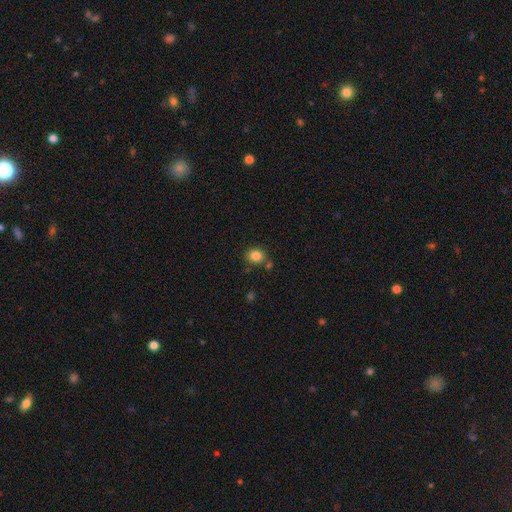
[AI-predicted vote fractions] smooth 84%, star or artifact 11%, featured or disk 5%. Down the decision tree: how rounded — round (65%); merging — none (77%).